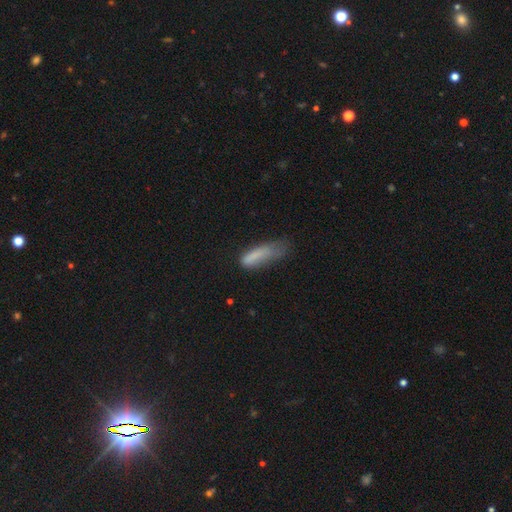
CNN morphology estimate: smooth_or_featured: smooth (p=0.74) [alt: featured or disk p=0.17]
how_rounded: cigar-shaped (p=0.55) [alt: in between p=0.43]
merging: minor disturbance (p=0.35) [alt: major disturbance p=0.34]